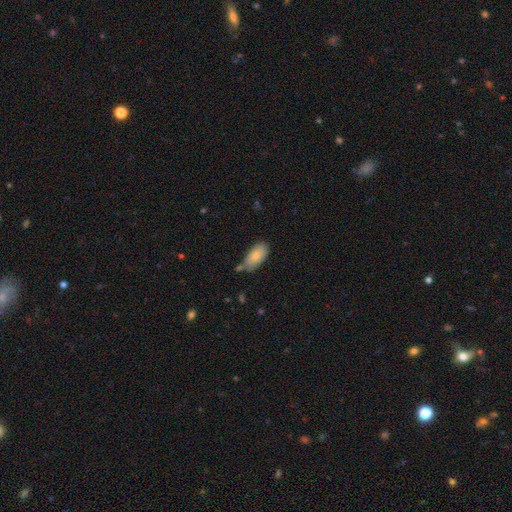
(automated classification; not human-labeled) smooth_or_featured: smooth (p=0.82) [alt: featured or disk p=0.11]
how_rounded: in between (p=0.92) [alt: cigar-shaped p=0.05]
merging: none (p=0.64) [alt: minor disturbance p=0.22]